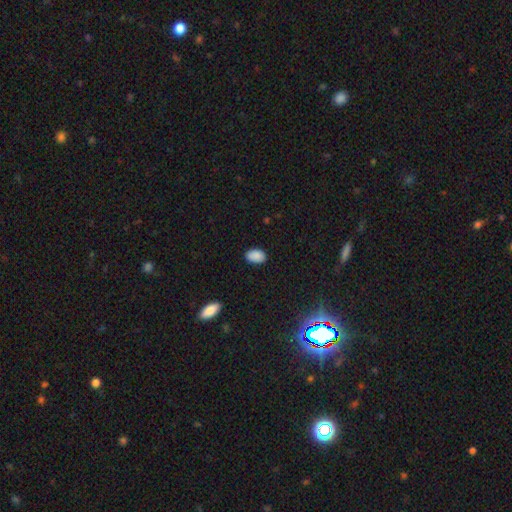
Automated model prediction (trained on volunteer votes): smooth-or-featured: smooth: 89% | star or artifact: 8% | featured or disk: 3%
  how-rounded: in between: 91% | round: 8% | cigar-shaped: 1%
  merging: none: 86% | minor disturbance: 11% | major disturbance: 2% | merger: 1%